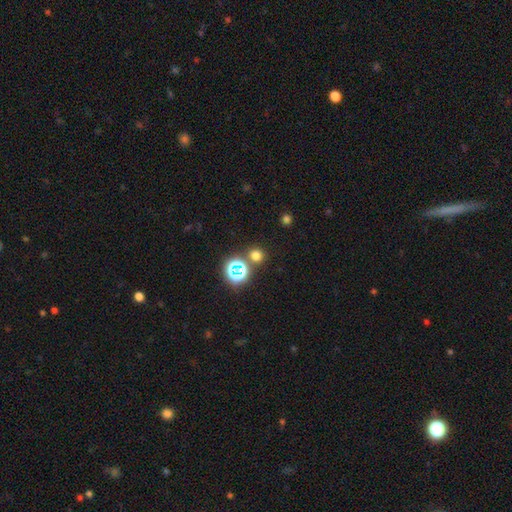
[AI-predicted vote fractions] Smooth or featured: smooth — 66% (star or artifact — 28%)
How rounded: round — 89% (in between — 10%)
Merging: none — 81% (merger — 10%)